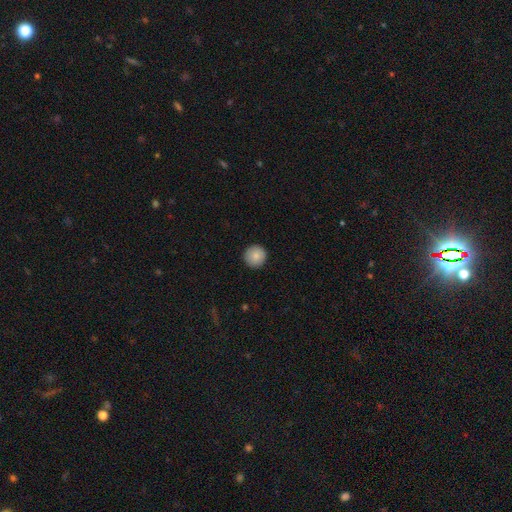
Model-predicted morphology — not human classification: Smooth or featured? Predicted: smooth (p=0.86). How rounded? Predicted: round (p=0.96). Merging? Predicted: none (p=0.92).